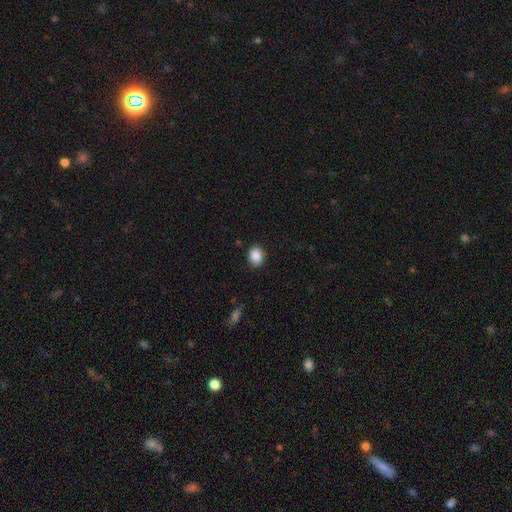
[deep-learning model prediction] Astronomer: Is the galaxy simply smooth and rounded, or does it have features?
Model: smooth — 88%.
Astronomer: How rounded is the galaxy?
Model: round — 57% (runner-up: in between, 42%).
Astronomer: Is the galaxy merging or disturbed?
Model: none — 87%.